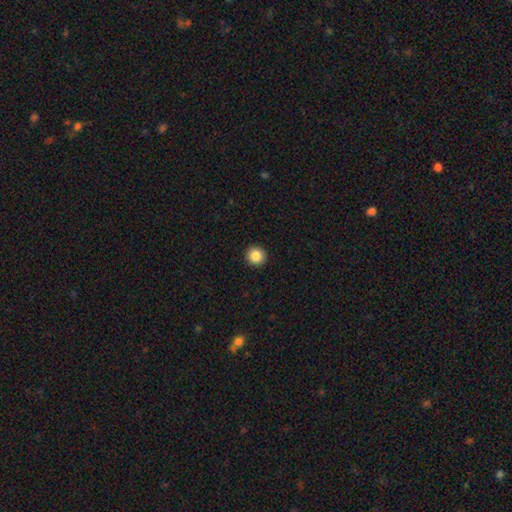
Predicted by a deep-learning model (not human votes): Smooth or featured: smooth — 86% (star or artifact — 10%)
How rounded: round — 95% (in between — 4%)
Merging: none — 94% (minor disturbance — 4%)